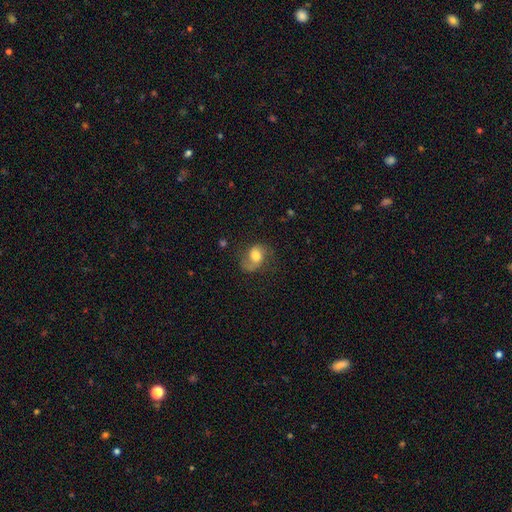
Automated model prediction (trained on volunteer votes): Smooth or featured: smooth — 48% (featured or disk — 43%)
Merging: none — 56% (minor disturbance — 25%)